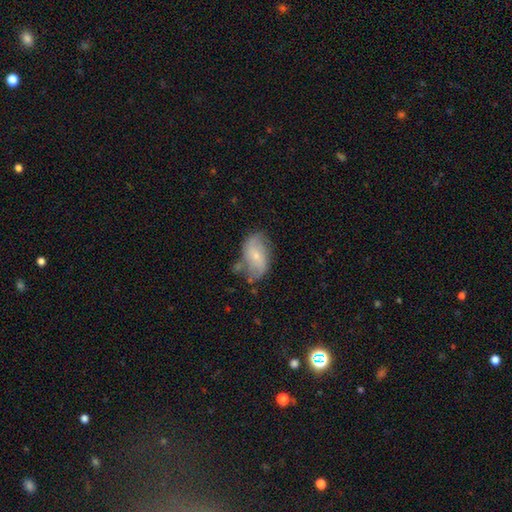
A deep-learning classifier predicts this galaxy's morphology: Smooth or featured? featured or disk (56%)
Edge-on disk? no (95%)
Bar? no (50%)
Spiral arms? yes (78%)
Bulge size? small (69%)
Merging? none (55%)